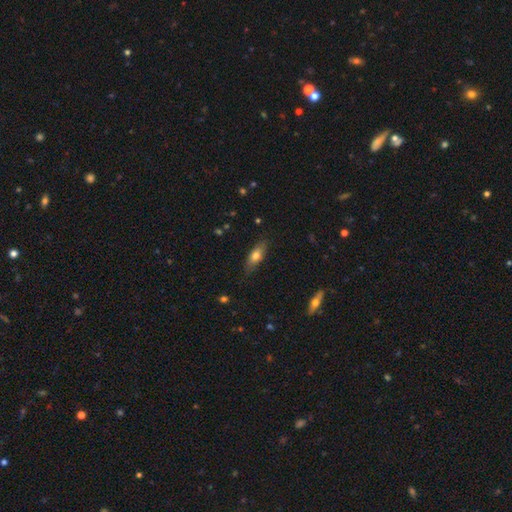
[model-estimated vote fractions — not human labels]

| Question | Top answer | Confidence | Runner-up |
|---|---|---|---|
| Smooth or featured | smooth | 66% | featured or disk (26%) |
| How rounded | in between | 65% | cigar-shaped (31%) |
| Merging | none | 80% | minor disturbance (16%) |